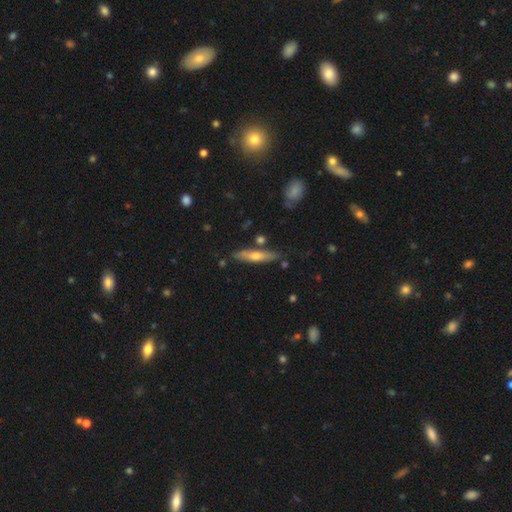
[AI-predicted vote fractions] featured or disk 50%, smooth 44%, star or artifact 7%. Down the decision tree: merging — none (81%).